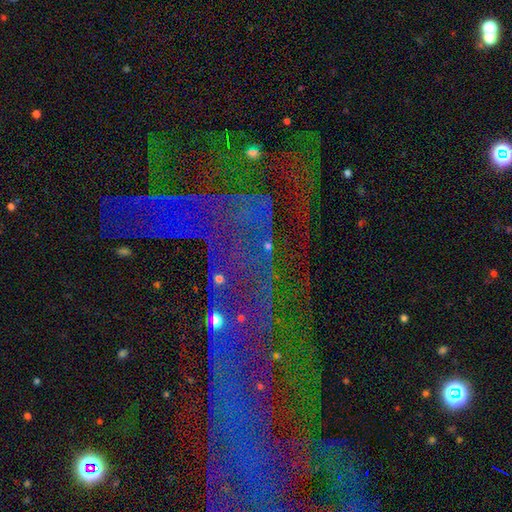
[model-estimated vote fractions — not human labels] smooth-or-featured: star or artifact: 76% | featured or disk: 14% | smooth: 10%